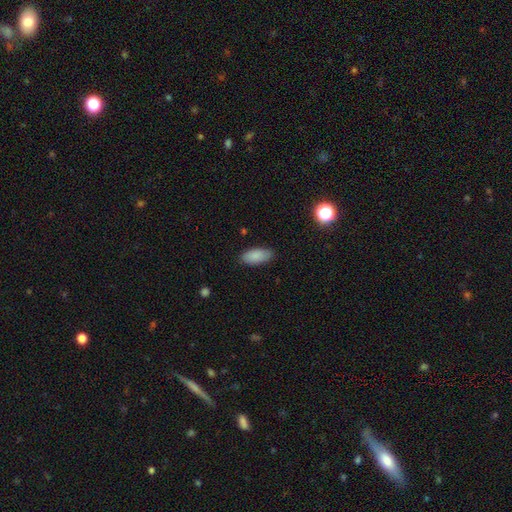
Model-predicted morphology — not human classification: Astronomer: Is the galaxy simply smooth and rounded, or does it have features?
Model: smooth — 88%.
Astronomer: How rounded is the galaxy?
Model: in between — 90%.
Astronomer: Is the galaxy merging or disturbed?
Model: none — 85%.